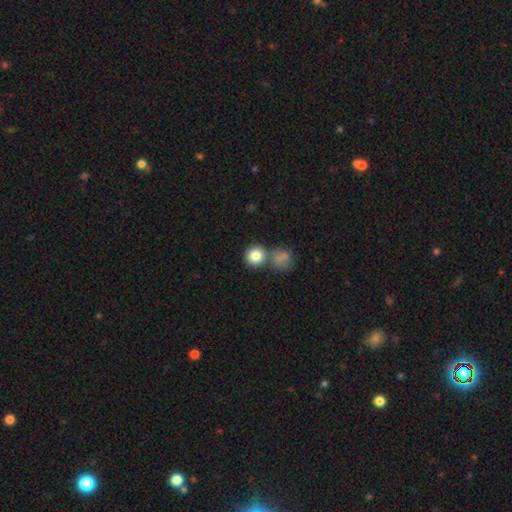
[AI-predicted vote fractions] smooth_or_featured: smooth (p=0.84) [alt: star or artifact p=0.09]
how_rounded: round (p=0.87) [alt: in between p=0.12]
merging: none (p=0.58) [alt: merger p=0.28]